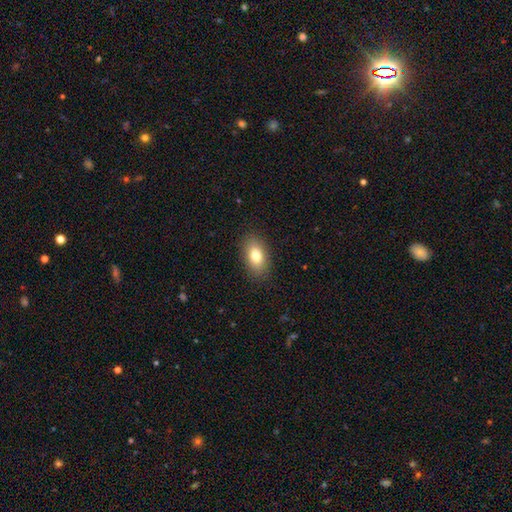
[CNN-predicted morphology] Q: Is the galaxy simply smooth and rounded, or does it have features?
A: smooth — 79%.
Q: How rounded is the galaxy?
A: in between — 90%.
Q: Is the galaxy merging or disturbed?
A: none — 88%.